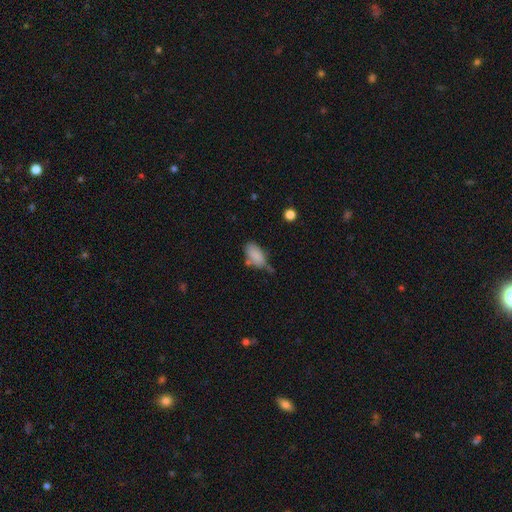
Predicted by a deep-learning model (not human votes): The model was most divided on "merging": none: 48%, minor disturbance: 31%, merger: 12%, major disturbance: 9%. More confident: how rounded — in between (92%); smooth or featured — smooth (84%).